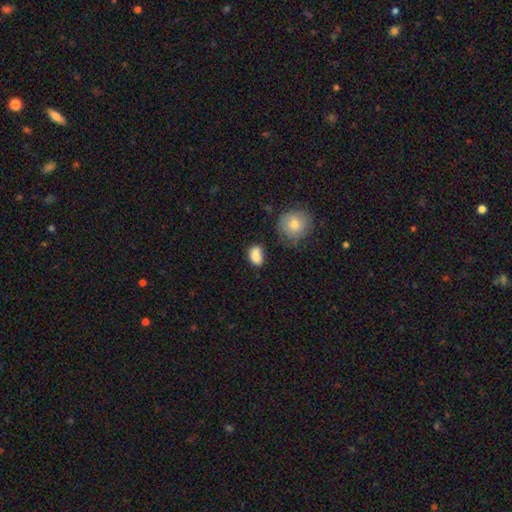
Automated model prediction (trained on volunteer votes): A smooth galaxy with no disk features (81%) that is in between round and cigar-shaped (76%).

Vote fractions:
- Smooth or featured? smooth: 81% / star or artifact: 10% / featured or disk: 9%
- How rounded? in between: 76% / round: 22% / cigar-shaped: 2%
- Merging? none: 48% / minor disturbance: 26% / merger: 16% / major disturbance: 9%